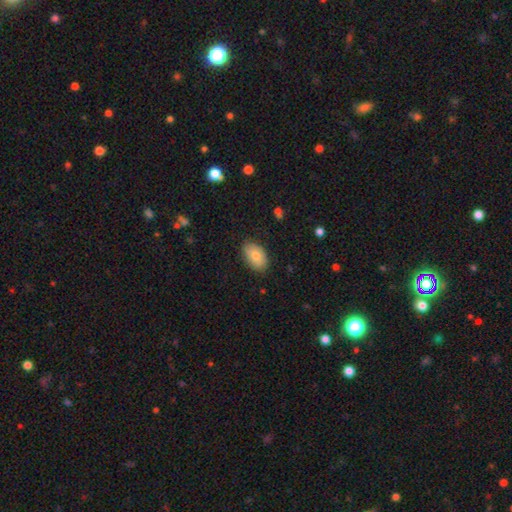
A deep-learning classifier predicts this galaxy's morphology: This appears to be a smooth galaxy with no disk features (78%) that is in between round and cigar-shaped (91%). Merging: none (83%).